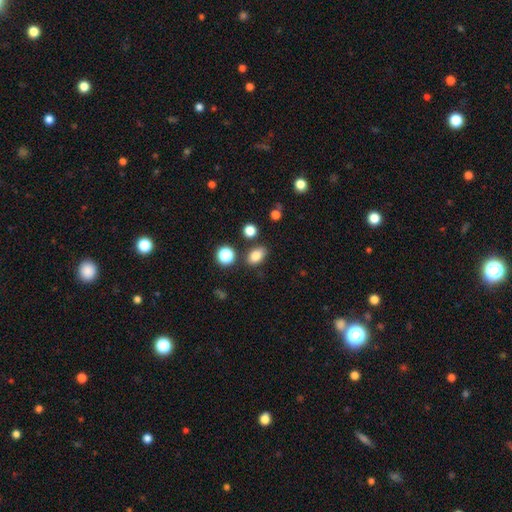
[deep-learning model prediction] A smooth galaxy with no disk features (82%) that is in between round and cigar-shaped (81%). Merging: none (78%).